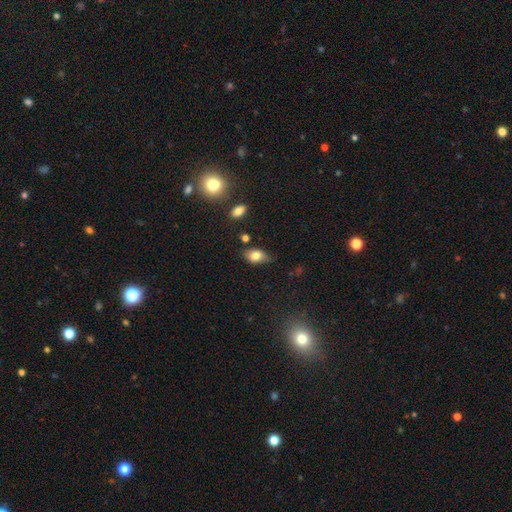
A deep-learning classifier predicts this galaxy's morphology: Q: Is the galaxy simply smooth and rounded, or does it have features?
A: smooth — 80%.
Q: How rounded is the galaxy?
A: in between — 86%.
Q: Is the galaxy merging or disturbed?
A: none — 67%.